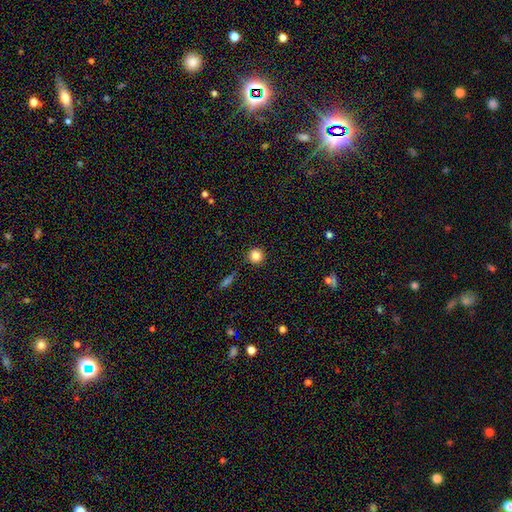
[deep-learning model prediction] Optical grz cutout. It shows a smooth galaxy with no disk features (83%) that is round (95%). Merging: none (91%).